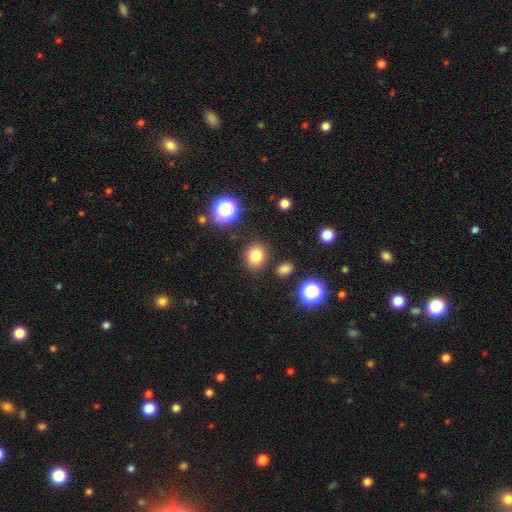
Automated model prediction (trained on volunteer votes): This appears to be a smooth galaxy with no disk features (80%) that is round (69%). Merging: none (85%).